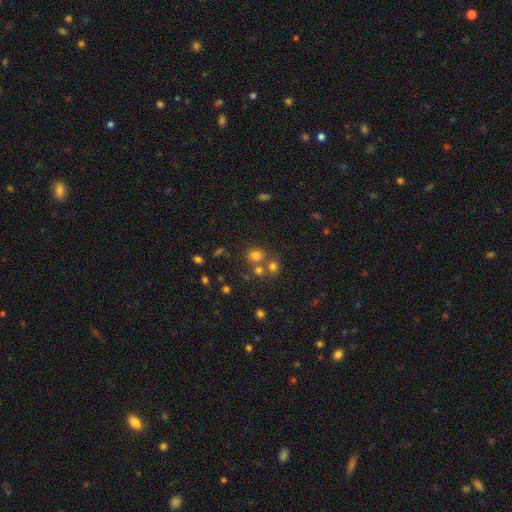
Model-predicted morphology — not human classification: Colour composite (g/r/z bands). It shows a smooth galaxy with no disk features (69%) that is round (78%). Merging: none (56%).